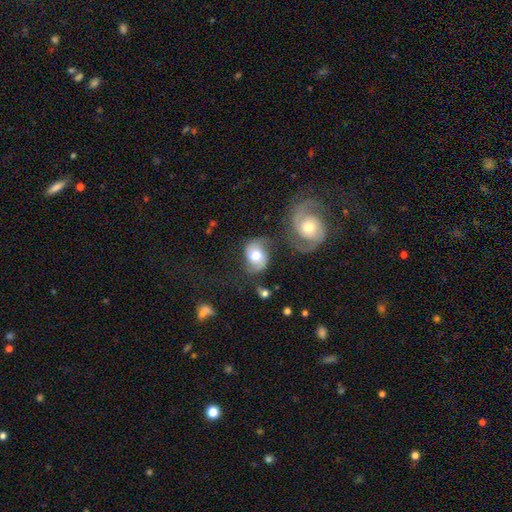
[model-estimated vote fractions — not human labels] featured or disk 61%, smooth 32%, star or artifact 7%. Down the decision tree: edge-on disk — no (97%); bar — no (65%); spiral arms — yes (87%); spiral arm count — 2 (89%); spiral winding — medium (49%); bulge size — moderate (64%); merging — none (53%).